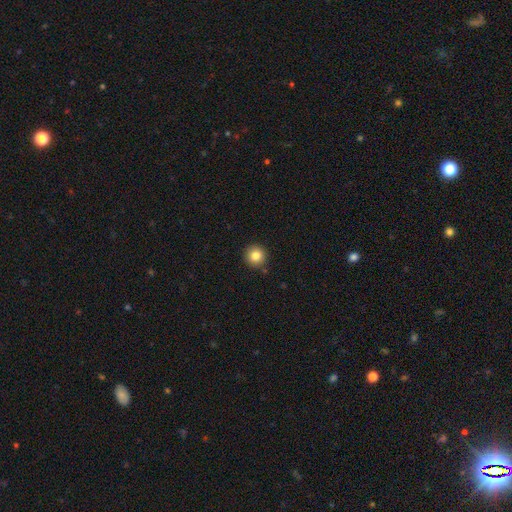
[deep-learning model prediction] Morphology: type=smooth (83%); roundness=round (95%); merging=none (89%).